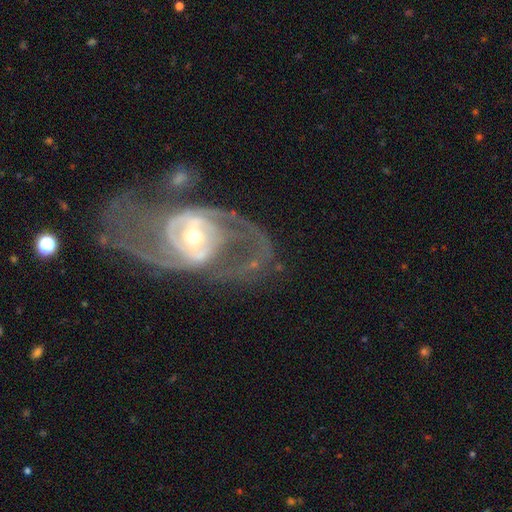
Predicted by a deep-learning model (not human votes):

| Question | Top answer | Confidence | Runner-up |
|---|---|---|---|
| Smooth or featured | featured or disk | 87% | smooth (7%) |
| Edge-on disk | no | 97% | yes (3%) |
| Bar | no | 39% | weak (34%) |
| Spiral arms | yes | 90% | no (10%) |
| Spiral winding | medium | 47% | tight (27%) |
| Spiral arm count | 2 | 73% | can't tell (11%) |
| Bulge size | moderate | 49% | small (45%) |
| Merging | none | 43% | major disturbance (29%) |